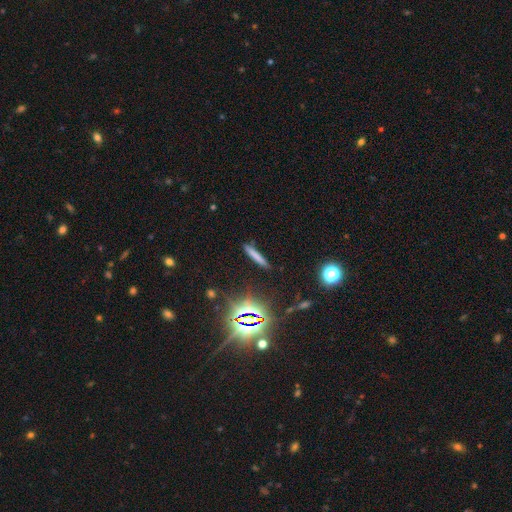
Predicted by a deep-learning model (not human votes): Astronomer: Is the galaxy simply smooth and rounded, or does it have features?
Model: smooth — 67%.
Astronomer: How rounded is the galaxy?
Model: cigar-shaped — 93%.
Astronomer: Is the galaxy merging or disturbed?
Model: none — 87%.